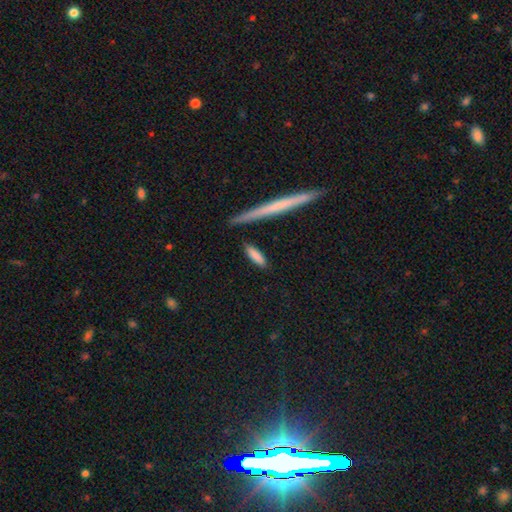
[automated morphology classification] Q: Smooth or featured?
A: smooth (83%); runner-up: featured or disk (12%)
Q: How rounded?
A: cigar-shaped (63%); runner-up: in between (35%)
Q: Merging?
A: none (81%); runner-up: minor disturbance (13%)